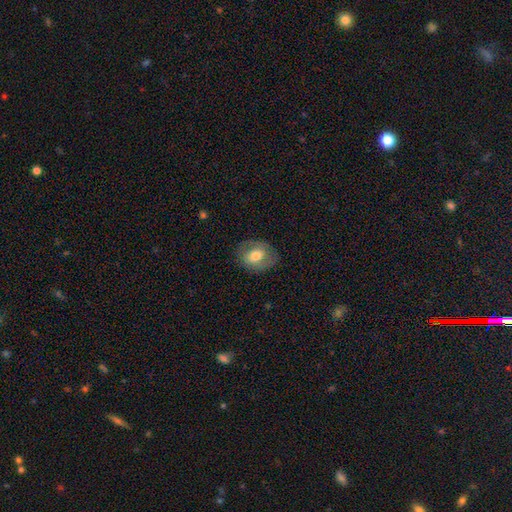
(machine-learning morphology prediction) Smooth or featured?
  - smooth: 60% *
  - featured or disk: 33%
  - star or artifact: 8%
How rounded?
  - in between: 60% *
  - round: 39%
  - cigar-shaped: 1%
Merging?
  - none: 79% *
  - minor disturbance: 14%
  - major disturbance: 6%
  - merger: 1%